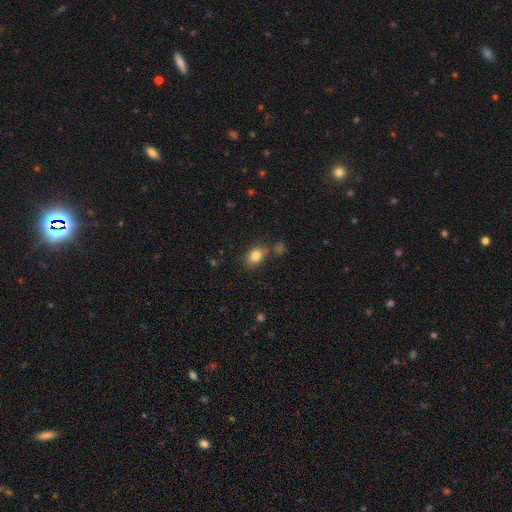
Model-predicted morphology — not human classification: The model was most divided on "how rounded": in between: 74%, round: 24%, cigar-shaped: 2%. More confident: smooth or featured — smooth (82%); merging — none (71%).